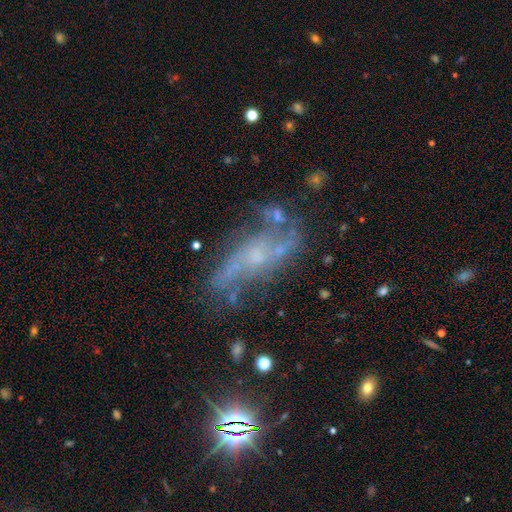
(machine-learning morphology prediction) smooth-or-featured: featured or disk: 71% | smooth: 15% | star or artifact: 14%
  disk-edge-on: no: 84% | yes: 16%
    bar: no: 64% | weak: 27% | strong: 8%
    has-spiral-arms: yes: 75% | no: 25%
    bulge-size: small: 57% | moderate: 21% | none: 19% | large: 2% | dominant: 1%
  merging: none: 52% | minor disturbance: 21% | major disturbance: 17% | merger: 10%